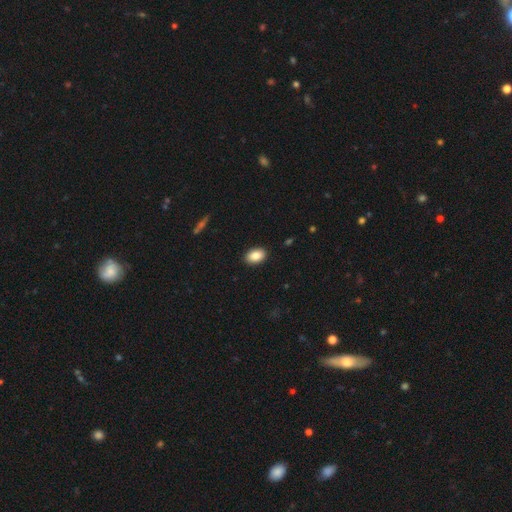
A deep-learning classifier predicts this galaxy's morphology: Smooth or featured? Predicted: smooth (p=0.88). How rounded? Predicted: in between (p=0.88). Merging? Predicted: none (p=0.90).